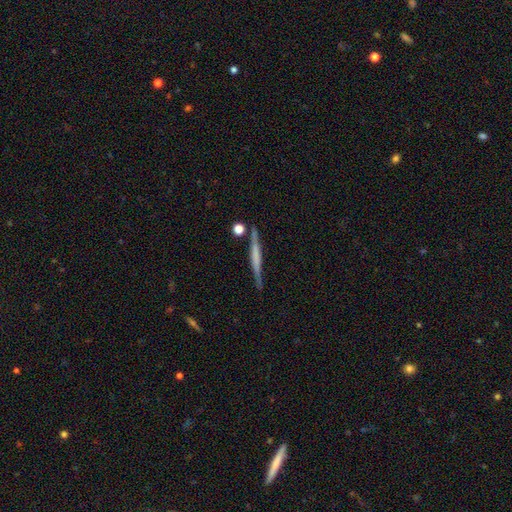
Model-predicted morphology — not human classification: A featured or disk galaxy (60%) viewed edge-on (97%) with no central bulge (58%). Merging: none (82%).